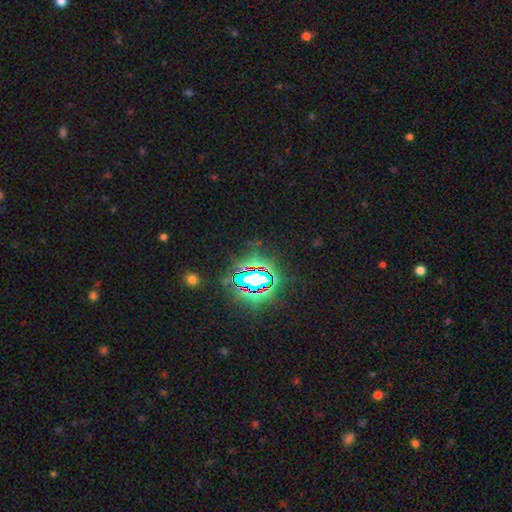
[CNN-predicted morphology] The model was most divided on "smooth or featured": star or artifact: 79%, smooth: 11%, featured or disk: 9%.